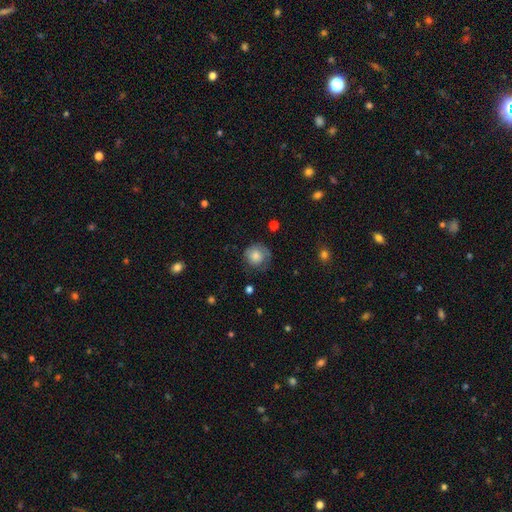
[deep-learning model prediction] A smooth galaxy with no disk features (74%) that is round (86%).

Vote fractions:
- Smooth or featured? smooth: 74% / featured or disk: 18% / star or artifact: 8%
- How rounded? round: 86% / in between: 13% / cigar-shaped: 1%
- Merging? none: 61% / minor disturbance: 26% / major disturbance: 12% / merger: 1%